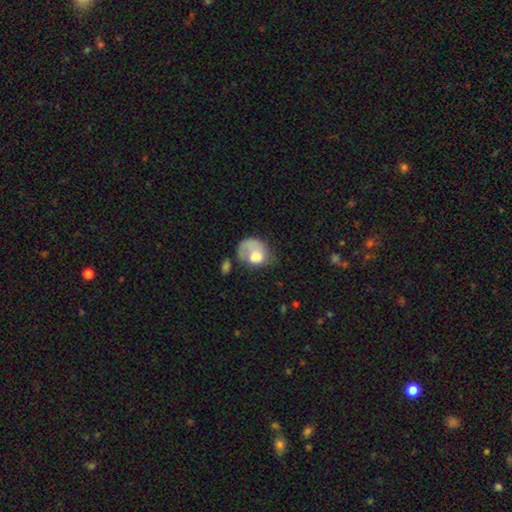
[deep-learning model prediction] Smooth or featured: smooth — 58% (featured or disk — 35%)
How rounded: round — 50% (in between — 49%)
Merging: major disturbance — 40% (none — 30%)